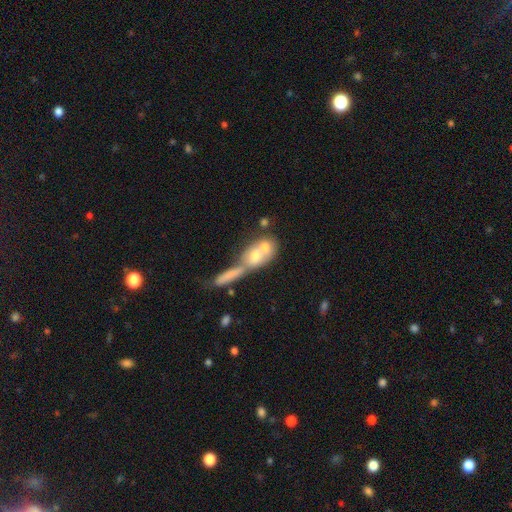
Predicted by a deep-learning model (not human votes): Smooth or featured? smooth (58%)
How rounded? in between (59%)
Merging? merger (66%)